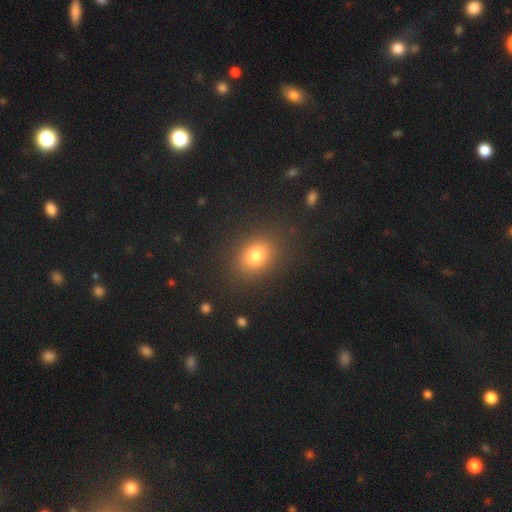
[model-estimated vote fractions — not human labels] This appears to be a smooth galaxy with no disk features (78%) that is in between round and cigar-shaped (51%). Merging: none (87%).